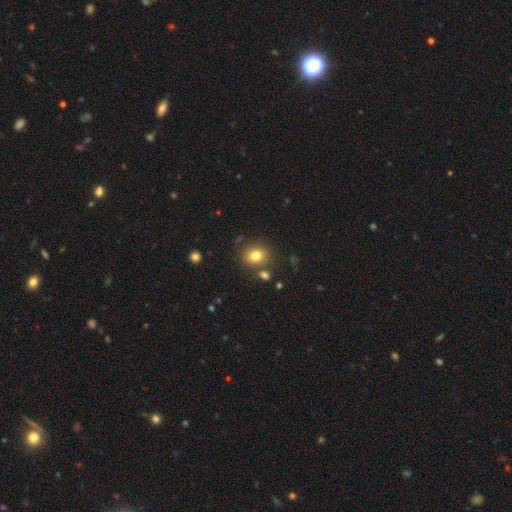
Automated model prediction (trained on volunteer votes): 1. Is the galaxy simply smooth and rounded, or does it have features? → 79% smooth, 12% star or artifact, 9% featured or disk.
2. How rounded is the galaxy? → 65% round, 34% in between, 1% cigar-shaped.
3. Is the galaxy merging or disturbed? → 78% none, 10% minor disturbance, 8% merger, 3% major disturbance.